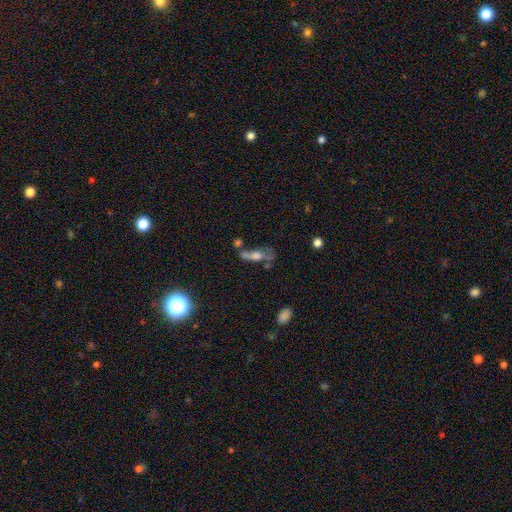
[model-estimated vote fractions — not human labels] Q: Smooth or featured?
A: smooth (43%); runner-up: featured or disk (41%)
Q: Merging?
A: merger (32%); runner-up: none (31%)